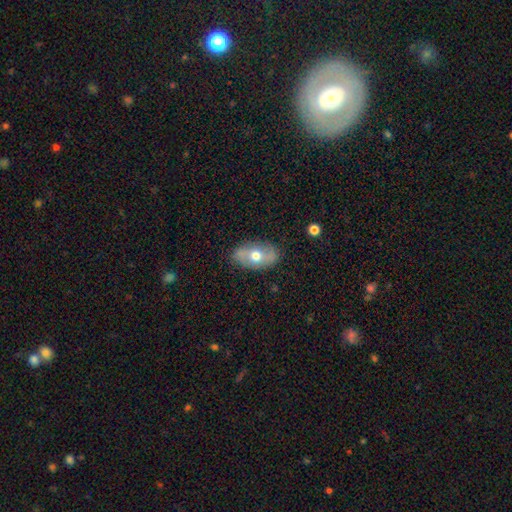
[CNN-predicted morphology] Q: Smooth or featured?
A: smooth (54%); runner-up: featured or disk (39%)
Q: How rounded?
A: in between (88%); runner-up: round (9%)
Q: Merging?
A: none (80%); runner-up: minor disturbance (15%)